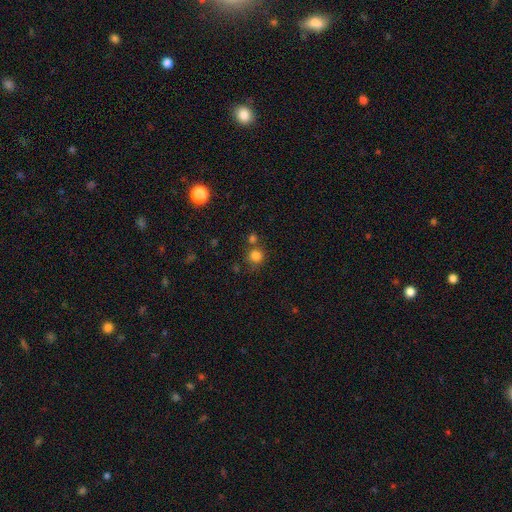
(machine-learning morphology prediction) Overall: smooth (80%). How rounded: round (90%). Merging: none (66%).